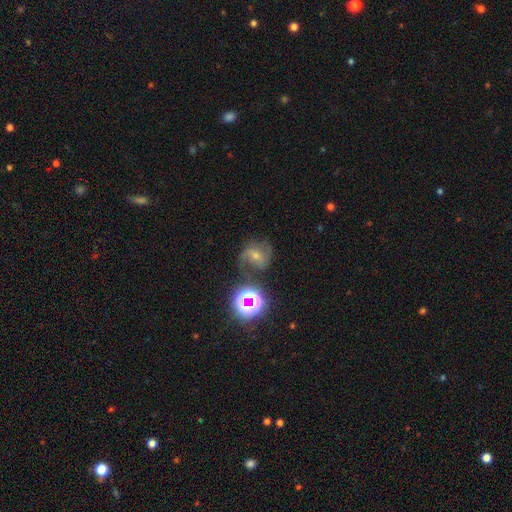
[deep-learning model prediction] Smooth or featured? featured or disk (60%)
Edge-on disk? no (97%)
Bar? weak (43%)
Spiral arms? yes (89%)
Spiral winding? medium (45%)
Spiral arm count? 2 (74%)
Bulge size? moderate (47%)
Merging? none (61%)